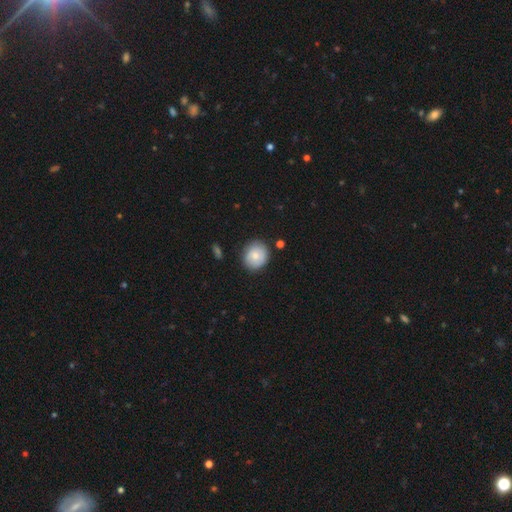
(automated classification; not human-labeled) The model was most divided on "how rounded": round: 76%, in between: 23%, cigar-shaped: 1%. More confident: merging — none (81%); smooth or featured — smooth (73%).